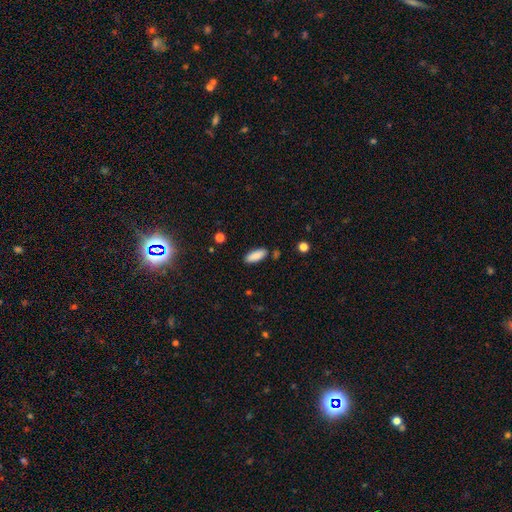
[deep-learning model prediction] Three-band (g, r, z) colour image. It shows a smooth galaxy with no disk features (88%) that is in between round and cigar-shaped (73%). Merging: none (85%).